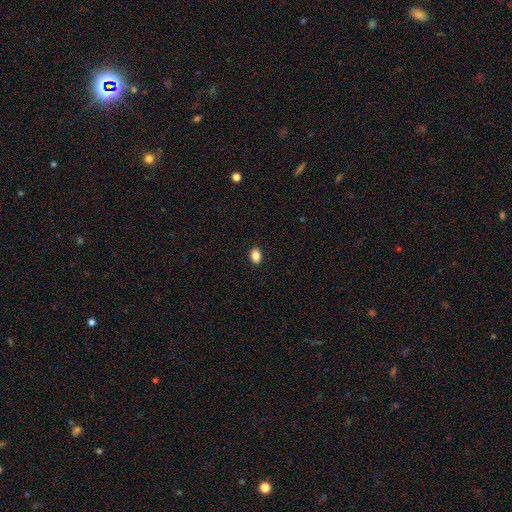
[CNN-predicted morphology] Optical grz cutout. It shows a smooth galaxy with no disk features (87%) that is in between round and cigar-shaped (79%). Merging: none (90%).